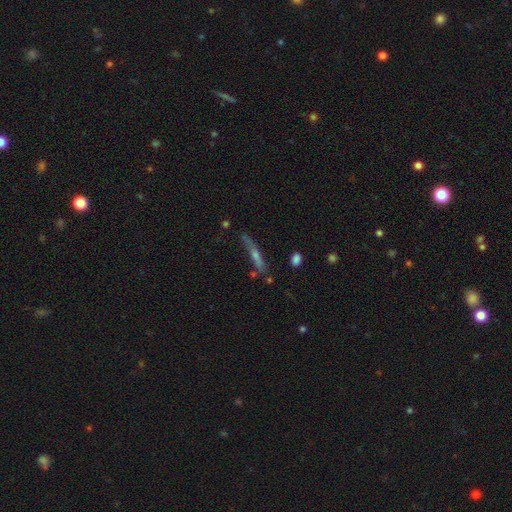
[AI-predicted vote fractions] Overall: featured or disk (58%; smooth 32%). Edge-on disk: yes (90%). Edge-on bulge: rounded (72%). Merging: none (67%).